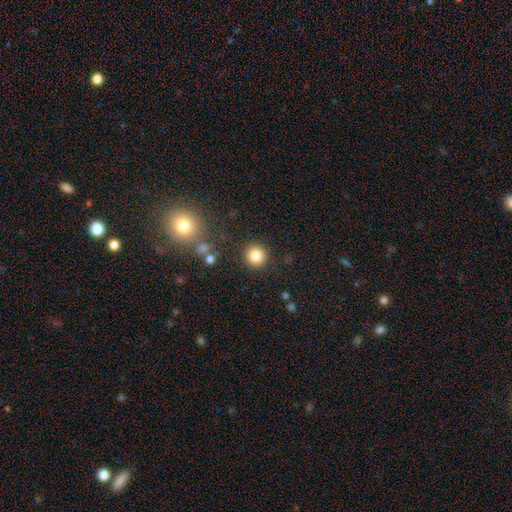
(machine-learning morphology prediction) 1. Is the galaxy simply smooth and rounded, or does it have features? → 84% smooth, 11% star or artifact, 5% featured or disk.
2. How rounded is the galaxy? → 93% round, 6% in between, 1% cigar-shaped.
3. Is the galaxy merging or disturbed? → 89% none, 6% minor disturbance, 3% major disturbance, 2% merger.